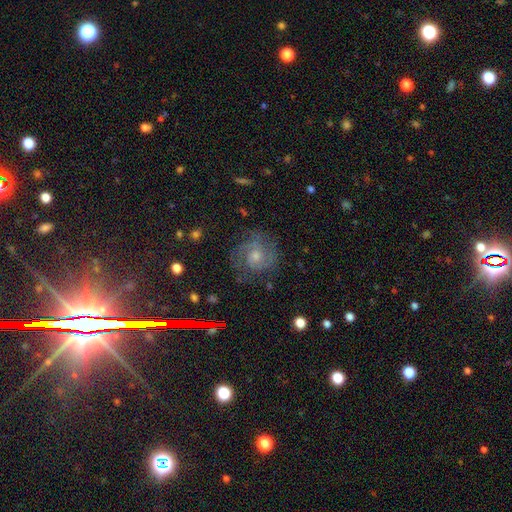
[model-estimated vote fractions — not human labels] smooth_or_featured: featured or disk (p=0.68) [alt: star or artifact p=0.17]
disk_edge_on: no (p=0.97) [alt: yes p=0.03]
bar: no (p=0.68) [alt: weak p=0.27]
has_spiral_arms: yes (p=0.93) [alt: no p=0.07]
spiral_winding: tight (p=0.52) [alt: medium p=0.38]
spiral_arm_count: 2 (p=0.35) [alt: can't tell p=0.29]
bulge_size: moderate (p=0.52) [alt: small p=0.40]
merging: none (p=0.76) [alt: minor disturbance p=0.15]